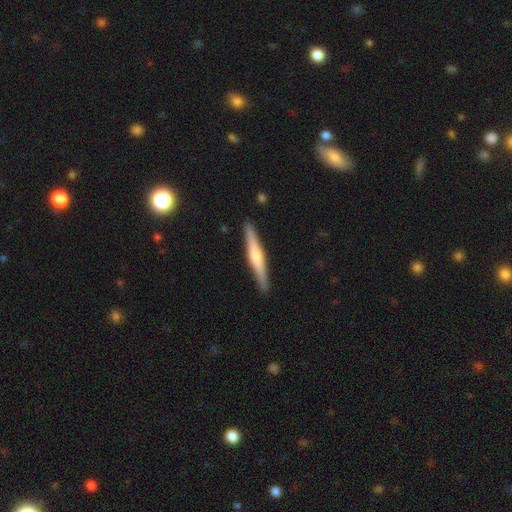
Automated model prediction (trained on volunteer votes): This appears to be a featured or disk galaxy (57%) viewed edge-on (97%) with a rounded central bulge (71%). Merging: none (91%).